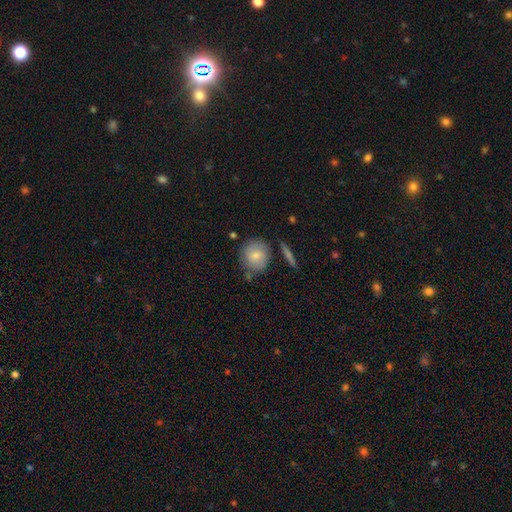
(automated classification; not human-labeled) The model was most divided on "merging": none: 72%, minor disturbance: 17%, merger: 7%, major disturbance: 4%. More confident: how rounded — round (86%); smooth or featured — smooth (77%).